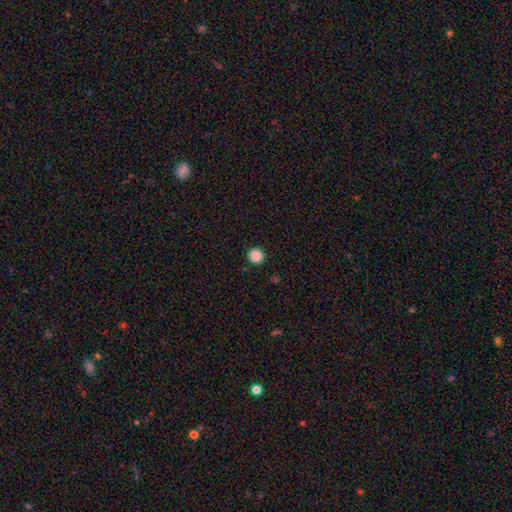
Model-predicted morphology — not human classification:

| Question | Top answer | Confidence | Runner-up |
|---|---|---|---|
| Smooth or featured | smooth | 88% | star or artifact (10%) |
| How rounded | round | 93% | in between (6%) |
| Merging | none | 92% | minor disturbance (5%) |